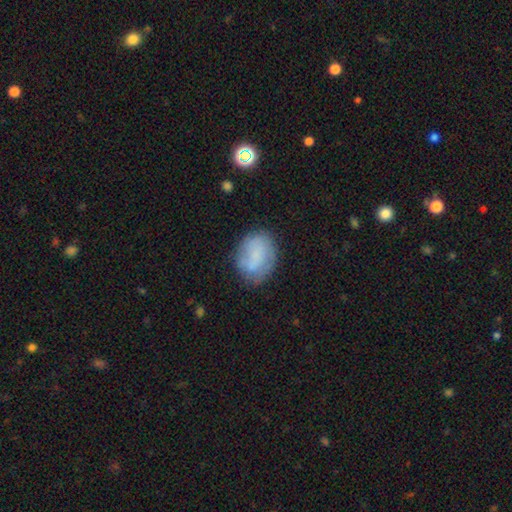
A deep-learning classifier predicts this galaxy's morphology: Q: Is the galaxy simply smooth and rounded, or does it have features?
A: smooth — 60%.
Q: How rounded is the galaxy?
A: in between — 62%.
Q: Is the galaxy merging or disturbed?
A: none — 63%.